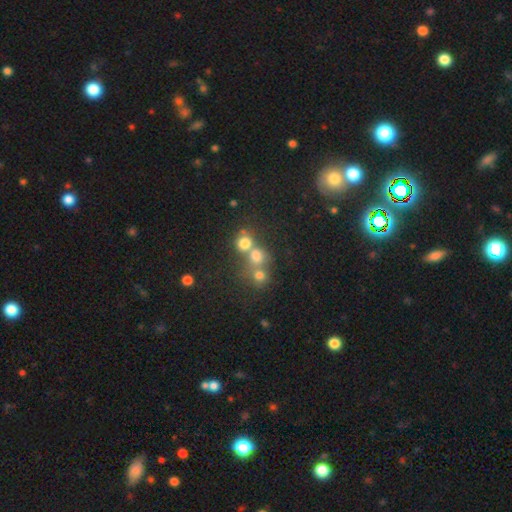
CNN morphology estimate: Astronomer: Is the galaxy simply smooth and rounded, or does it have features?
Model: smooth — 65%.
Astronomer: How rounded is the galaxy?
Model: round — 84%.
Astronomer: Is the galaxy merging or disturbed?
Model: merger — 46% (runner-up: none, 43%).